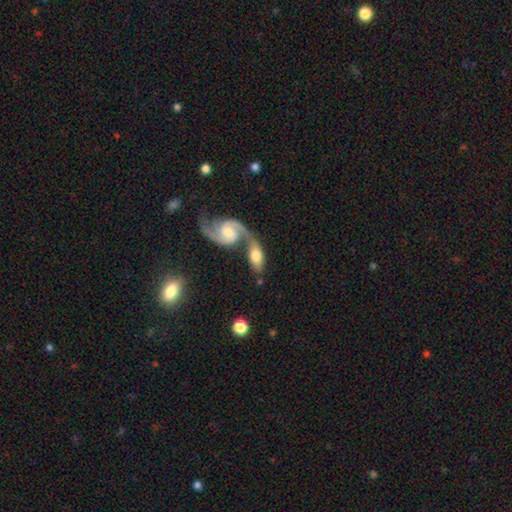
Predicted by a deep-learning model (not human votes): Smooth or featured: featured or disk — 50% (smooth — 44%)
Edge-on disk: no — 89% (yes — 11%)
Merging: merger — 66% (none — 20%)